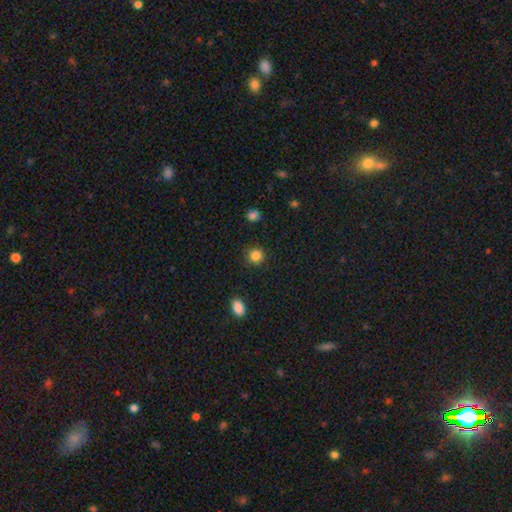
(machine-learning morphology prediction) This appears to be a smooth galaxy with no disk features (86%) that is round (89%). Merging: none (88%).